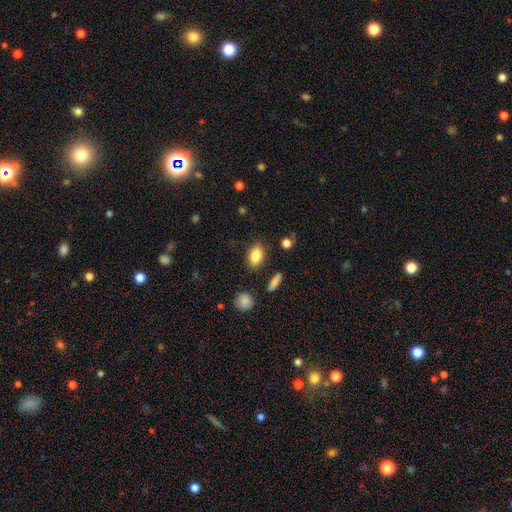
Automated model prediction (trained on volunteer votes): Overall: smooth (84%). How rounded: in between (86%). Merging: none (84%).